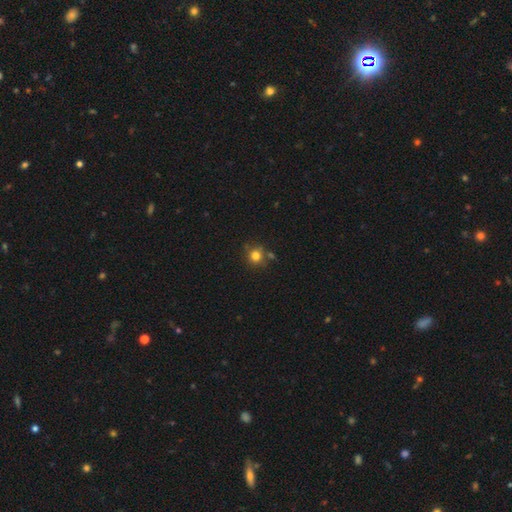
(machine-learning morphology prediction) A smooth galaxy with no disk features (79%) that is round (90%).

Vote fractions:
- Smooth or featured? smooth: 79% / star or artifact: 13% / featured or disk: 8%
- How rounded? round: 90% / in between: 9% / cigar-shaped: 1%
- Merging? none: 73% / minor disturbance: 13% / merger: 11% / major disturbance: 4%